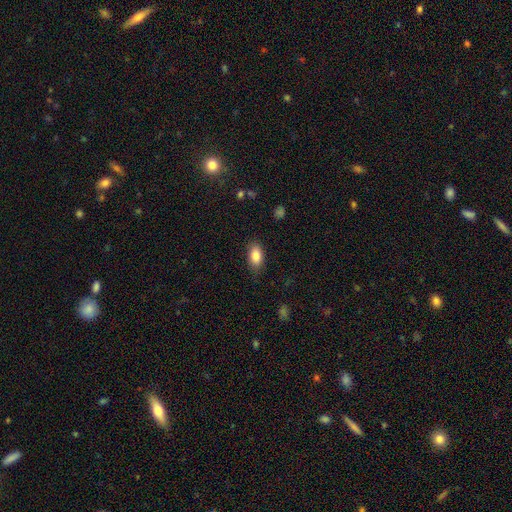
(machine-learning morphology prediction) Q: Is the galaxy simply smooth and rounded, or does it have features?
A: smooth — 86%.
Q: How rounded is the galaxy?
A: in between — 91%.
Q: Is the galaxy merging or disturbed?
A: none — 85%.